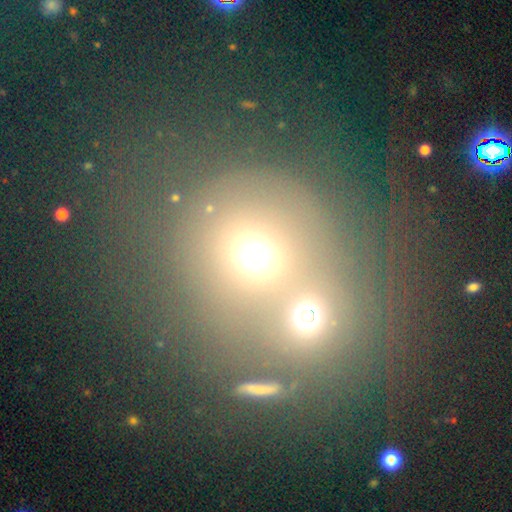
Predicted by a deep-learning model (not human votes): Q: Smooth or featured?
A: smooth (48%); runner-up: star or artifact (35%)
Q: Merging?
A: merger (48%); runner-up: none (39%)